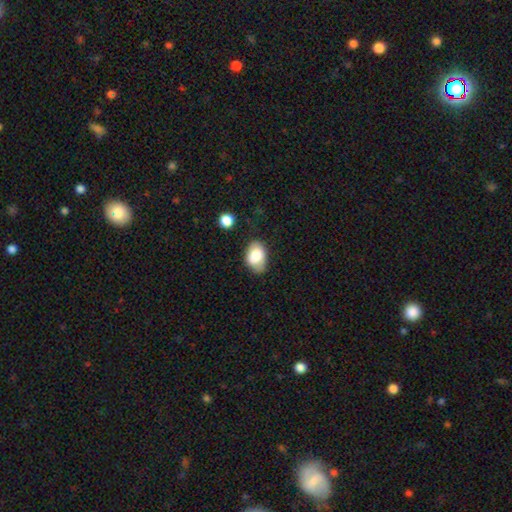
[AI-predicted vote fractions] This is likely a smooth galaxy (78%). How rounded: clearly in between (85%). Merging: likely none (61%).